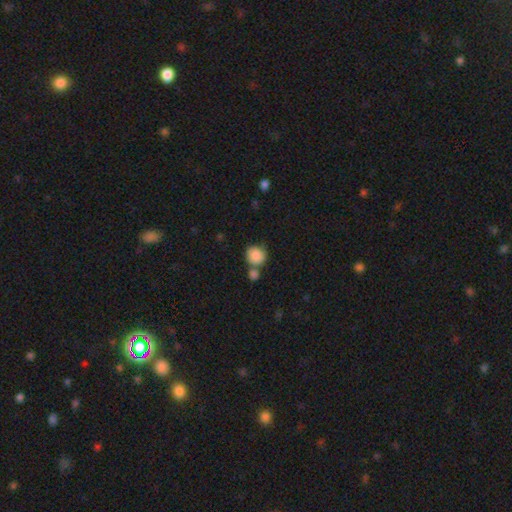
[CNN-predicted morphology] A smooth galaxy with no disk features (86%) that is round (88%). Merging: none (51%).